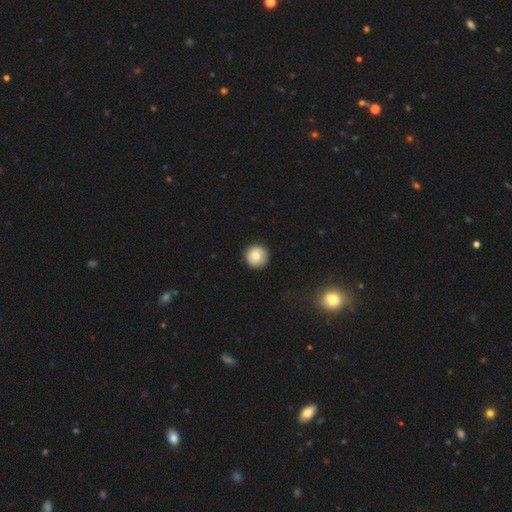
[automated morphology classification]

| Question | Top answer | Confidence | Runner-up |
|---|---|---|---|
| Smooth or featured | smooth | 81% | featured or disk (11%) |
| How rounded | round | 96% | in between (3%) |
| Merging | none | 91% | minor disturbance (6%) |